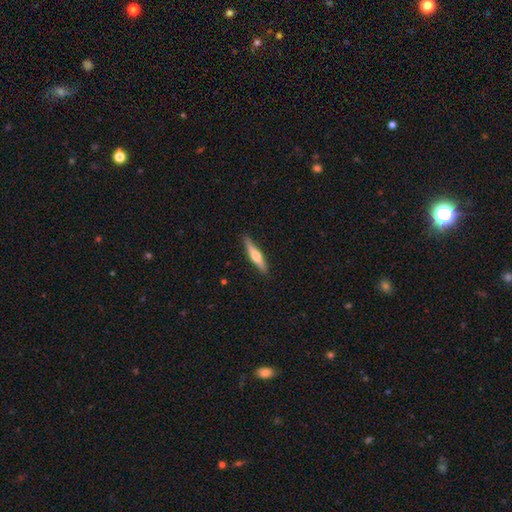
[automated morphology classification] This is possibly a featured or disk galaxy (56%). It is clearly viewed edge-on (96%). Edge-on bulge: clearly rounded (90%). Merging: clearly none (89%).